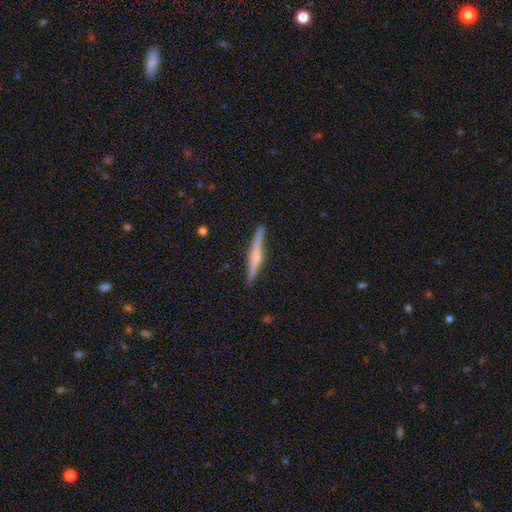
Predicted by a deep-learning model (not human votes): Overall: featured or disk (56%; smooth 38%). Edge-on disk: yes (97%). Edge-on bulge: rounded (65%). Merging: none (87%).